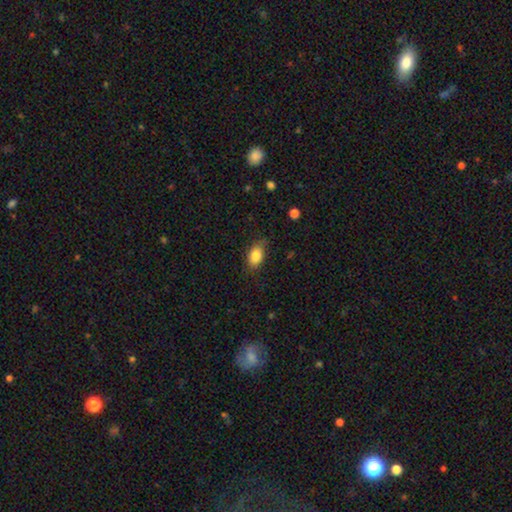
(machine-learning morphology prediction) Overall: smooth (85%). How rounded: in between (87%). Merging: none (77%).